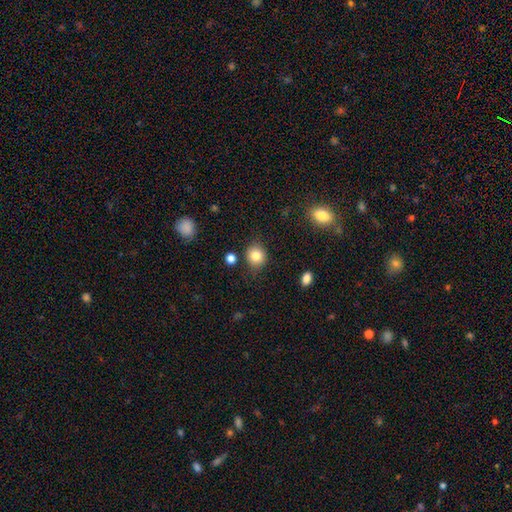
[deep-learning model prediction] Q: Smooth or featured?
A: smooth (81%); runner-up: star or artifact (11%)
Q: How rounded?
A: round (79%); runner-up: in between (20%)
Q: Merging?
A: none (82%); runner-up: minor disturbance (12%)